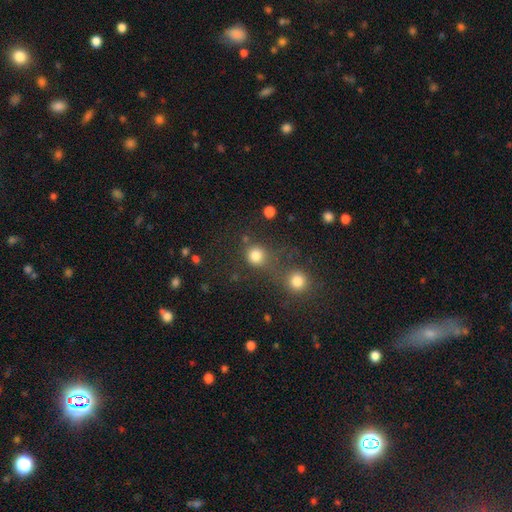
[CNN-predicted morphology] Q: Smooth or featured?
A: smooth (81%); runner-up: star or artifact (14%)
Q: How rounded?
A: round (88%); runner-up: in between (11%)
Q: Merging?
A: none (55%); runner-up: merger (29%)